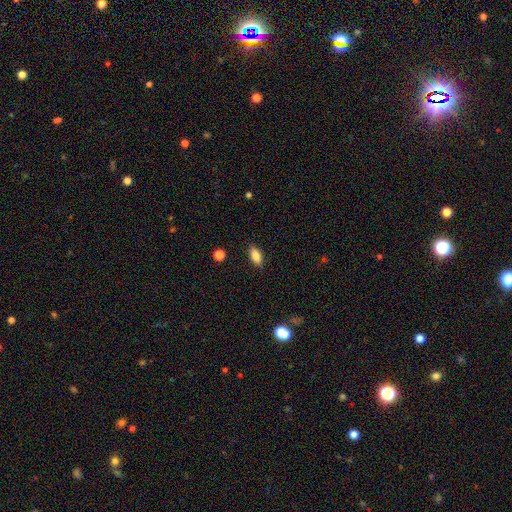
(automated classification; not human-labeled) Q: Smooth or featured?
A: smooth (84%); runner-up: featured or disk (8%)
Q: How rounded?
A: in between (84%); runner-up: cigar-shaped (12%)
Q: Merging?
A: none (88%); runner-up: minor disturbance (9%)